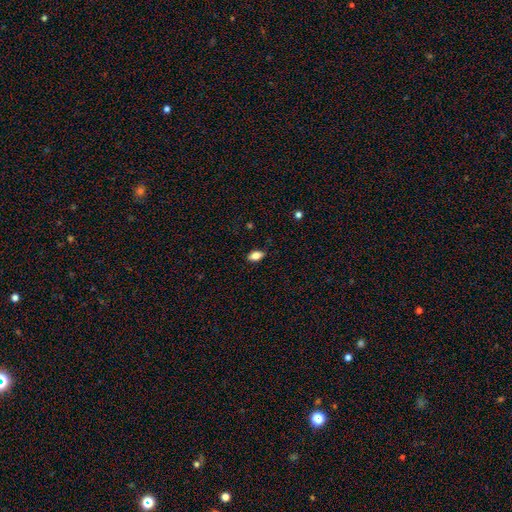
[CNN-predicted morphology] This is clearly a smooth galaxy (82%). How rounded: clearly in between (90%). Merging: clearly none (87%).